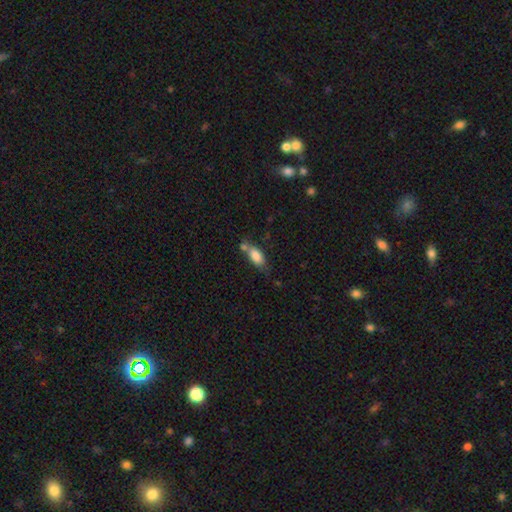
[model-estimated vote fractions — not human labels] Morphology: type=smooth (81%); roundness=in between (83%); merging=none (43%).